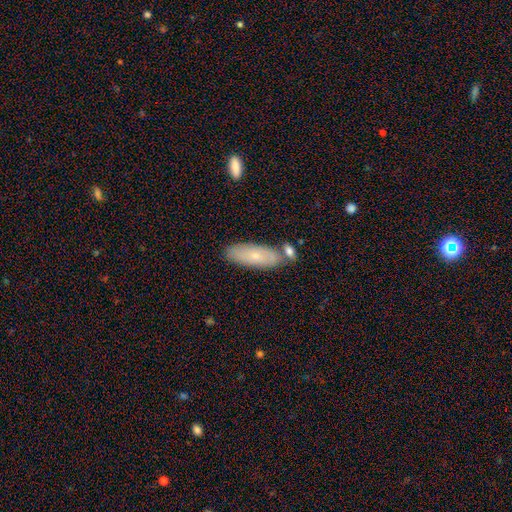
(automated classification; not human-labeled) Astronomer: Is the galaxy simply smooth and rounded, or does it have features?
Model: smooth — 68%.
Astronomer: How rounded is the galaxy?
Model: in between — 63%.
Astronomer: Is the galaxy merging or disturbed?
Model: none — 70%.